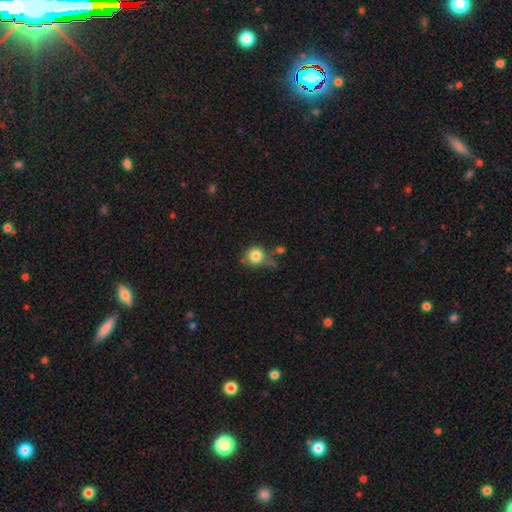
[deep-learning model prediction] This is clearly a smooth galaxy (83%). How rounded: clearly round (89%). Merging: possibly none (53%).